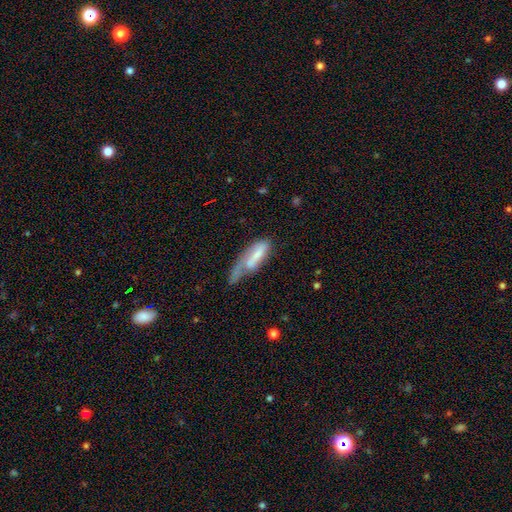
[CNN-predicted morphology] Smooth or featured?
  - smooth: 52% *
  - featured or disk: 41%
  - star or artifact: 7%
How rounded?
  - in between: 57% *
  - cigar-shaped: 40%
  - round: 2%
Merging?
  - major disturbance: 36% *
  - minor disturbance: 25%
  - none: 22%
  - merger: 17%